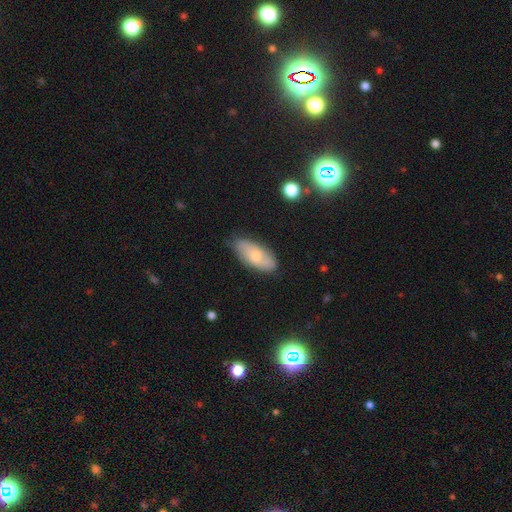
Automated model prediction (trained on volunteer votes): Morphology: type=smooth (62%); roundness=in between (87%); merging=none (72%).